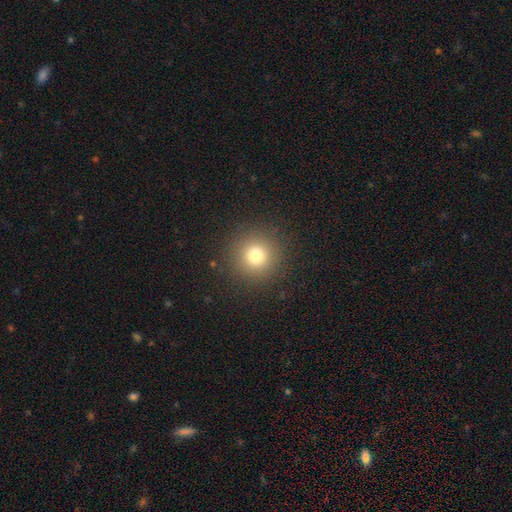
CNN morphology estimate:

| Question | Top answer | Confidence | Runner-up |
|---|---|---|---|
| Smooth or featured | smooth | 77% | star or artifact (15%) |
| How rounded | round | 96% | in between (3%) |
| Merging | none | 91% | minor disturbance (6%) |